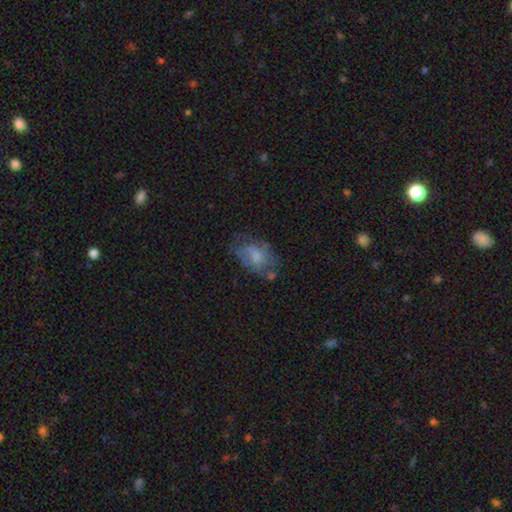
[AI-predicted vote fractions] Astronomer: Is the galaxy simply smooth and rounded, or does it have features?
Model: smooth — 52% (runner-up: featured or disk, 39%).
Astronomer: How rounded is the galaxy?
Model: in between — 81%.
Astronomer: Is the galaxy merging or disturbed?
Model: none — 46% (runner-up: minor disturbance, 29%).